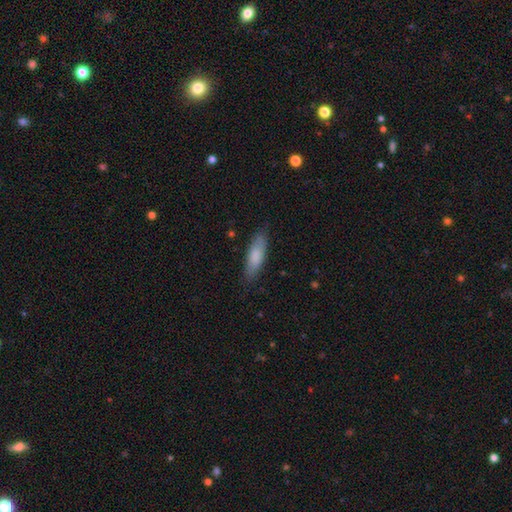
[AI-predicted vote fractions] smooth_or_featured: smooth (p=0.81) [alt: featured or disk p=0.14]
how_rounded: cigar-shaped (p=0.52) [alt: in between p=0.46]
merging: none (p=0.81) [alt: minor disturbance p=0.14]